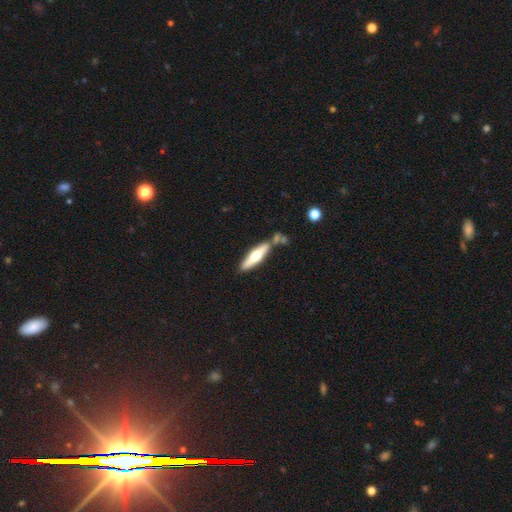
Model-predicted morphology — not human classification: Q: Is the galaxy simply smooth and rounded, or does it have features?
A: featured or disk — 53%.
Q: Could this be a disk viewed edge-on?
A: yes — 89%.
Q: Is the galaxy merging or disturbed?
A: none — 70%.